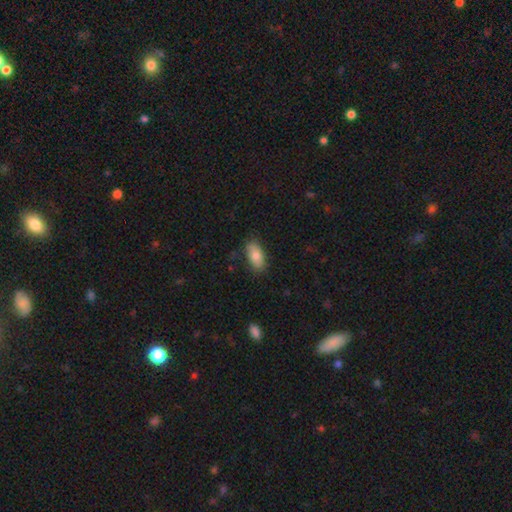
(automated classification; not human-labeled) A smooth galaxy with no disk features (79%) that is in between round and cigar-shaped (91%). Merging: none (81%).